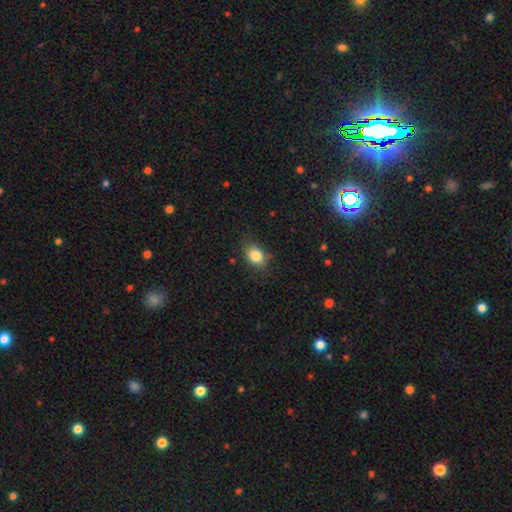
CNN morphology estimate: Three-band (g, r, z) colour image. It shows a smooth galaxy with no disk features (83%) that is in between round and cigar-shaped (70%). Merging: none (77%).